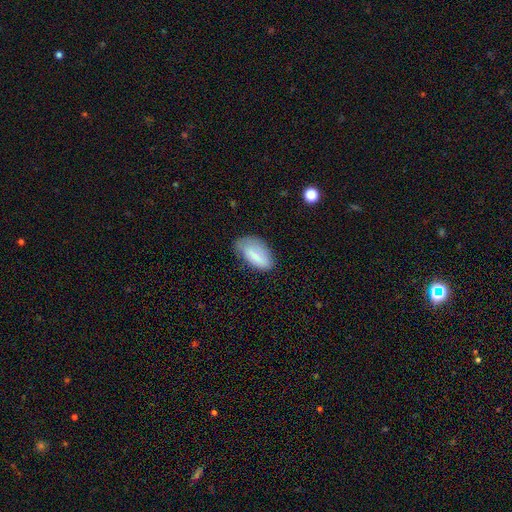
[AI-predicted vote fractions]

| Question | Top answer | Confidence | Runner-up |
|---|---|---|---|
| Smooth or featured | smooth | 75% | featured or disk (19%) |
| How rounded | in between | 92% | cigar-shaped (5%) |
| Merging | none | 57% | minor disturbance (31%) |